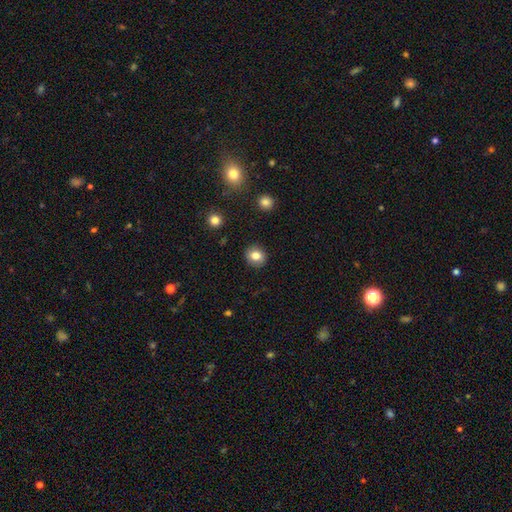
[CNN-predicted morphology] This appears to be a smooth galaxy with no disk features (82%) that is round (79%). Merging: none (90%).